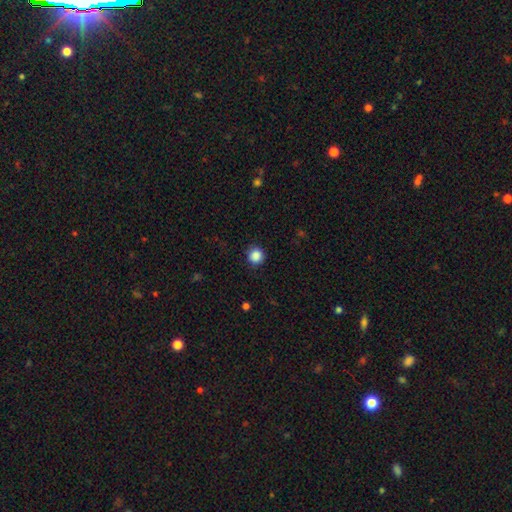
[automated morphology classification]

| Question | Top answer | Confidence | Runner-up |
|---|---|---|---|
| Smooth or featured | smooth | 87% | star or artifact (10%) |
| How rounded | round | 93% | in between (7%) |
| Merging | none | 88% | minor disturbance (8%) |